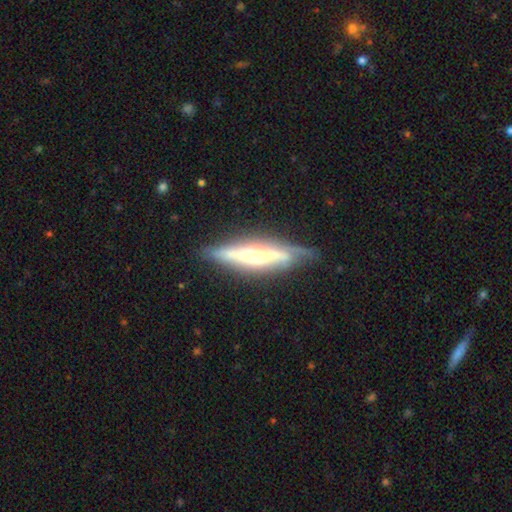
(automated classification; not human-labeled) featured or disk 75%, smooth 20%, star or artifact 5%. Down the decision tree: edge-on disk — yes (82%); edge-on bulge — rounded (70%); merging — none (71%).